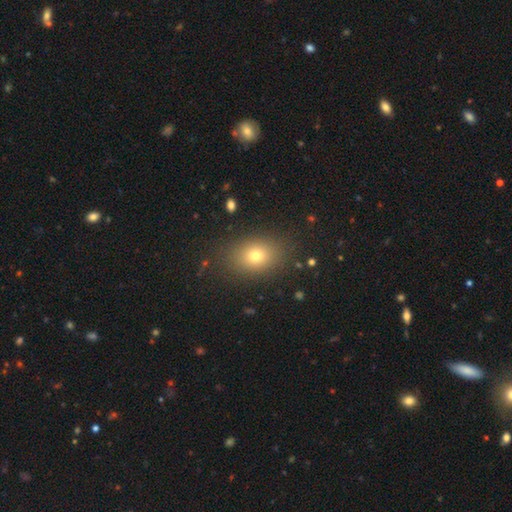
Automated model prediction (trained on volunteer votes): Morphology: type=smooth (76%); roundness=in between (68%); merging=none (86%).